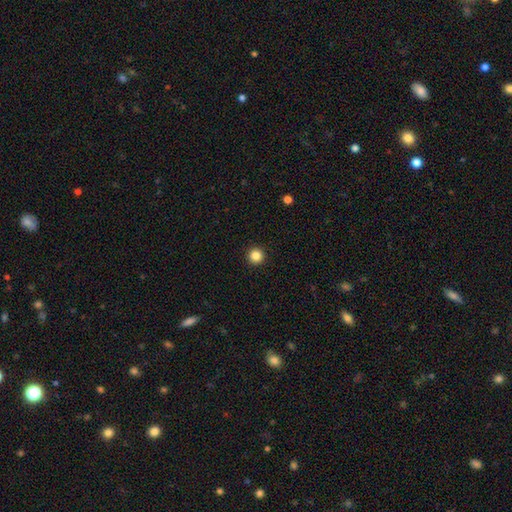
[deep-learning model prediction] Smooth or featured? smooth (85%)
How rounded? round (97%)
Merging? none (94%)